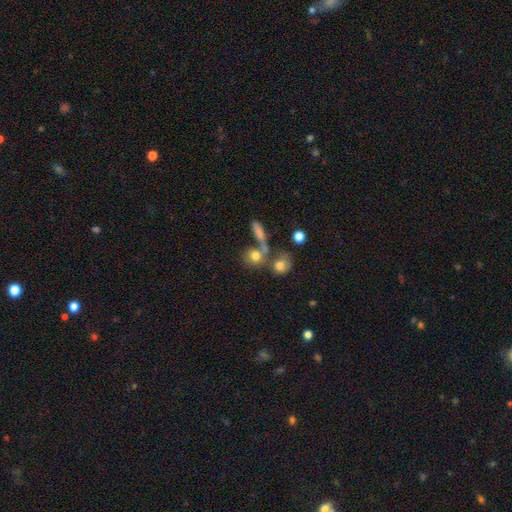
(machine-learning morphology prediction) smooth-or-featured: smooth: 72% | featured or disk: 15% | star or artifact: 12%
  how-rounded: round: 69% | in between: 27% | cigar-shaped: 5%
  merging: none: 45% | merger: 38% | minor disturbance: 10% | major disturbance: 7%